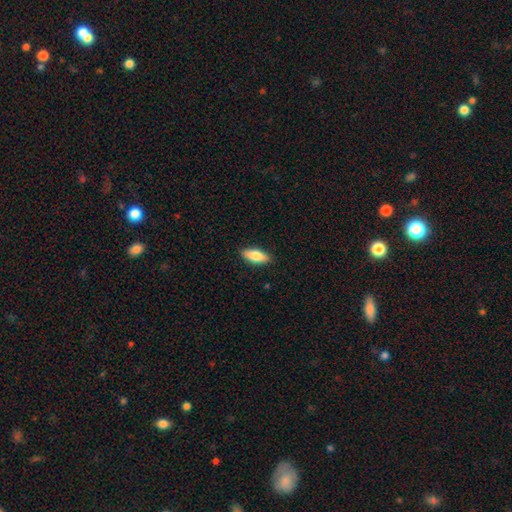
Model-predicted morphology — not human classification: smooth 76%, featured or disk 18%, star or artifact 6%. Down the decision tree: how rounded — in between (75%); merging — none (89%).